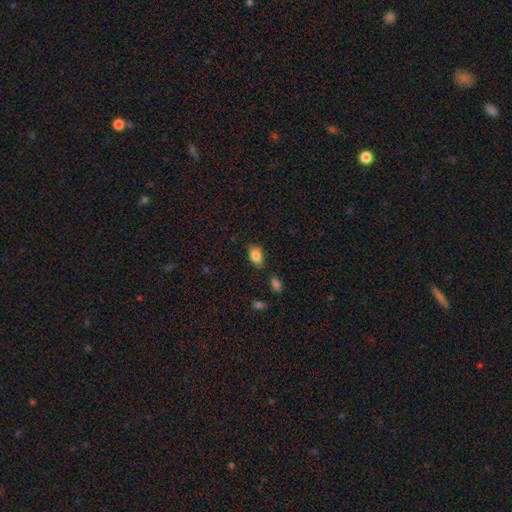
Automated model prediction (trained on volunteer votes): The model was most divided on "merging": none: 79%, minor disturbance: 15%, major disturbance: 3%, merger: 3%. More confident: how rounded — in between (87%); smooth or featured — smooth (85%).